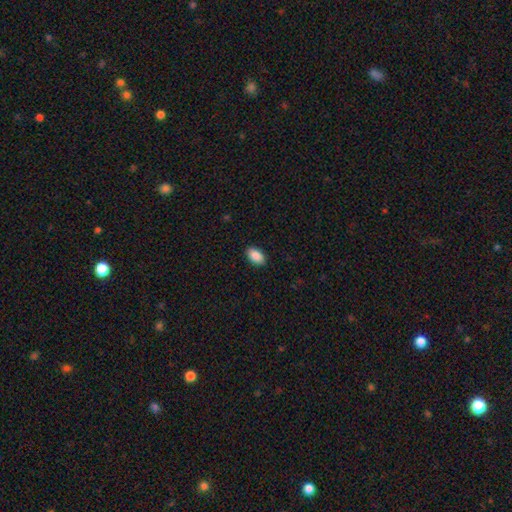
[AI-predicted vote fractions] Smooth or featured? Predicted: smooth (p=0.90). How rounded? Predicted: in between (p=0.94). Merging? Predicted: none (p=0.89).